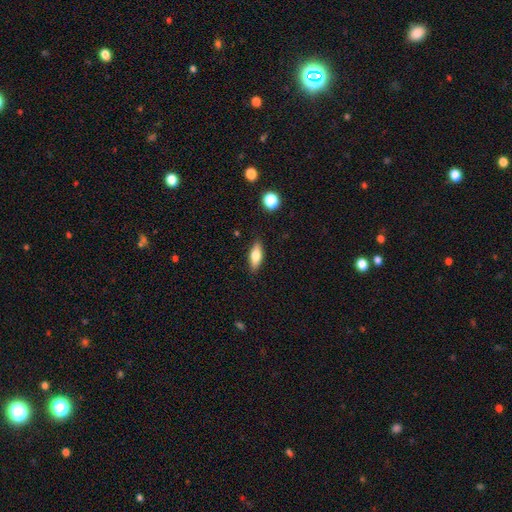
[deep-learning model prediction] A smooth galaxy with no disk features (69%) that is in between round and cigar-shaped (69%).

Vote fractions:
- Smooth or featured? smooth: 69% / featured or disk: 24% / star or artifact: 7%
- How rounded? in between: 69% / cigar-shaped: 28% / round: 3%
- Merging? none: 86% / minor disturbance: 10% / major disturbance: 2% / merger: 1%